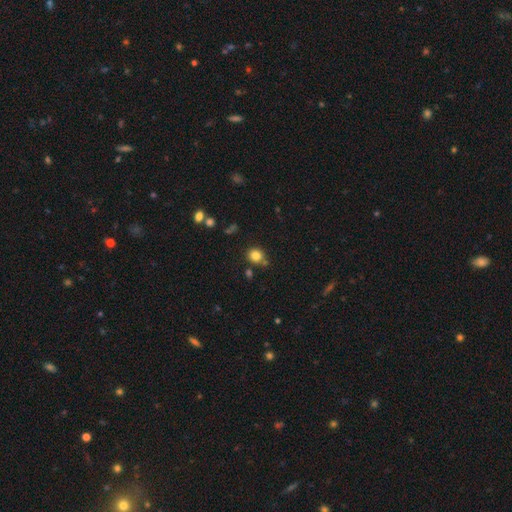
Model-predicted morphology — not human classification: A smooth galaxy with no disk features (82%) that is round (82%). Merging: none (77%).